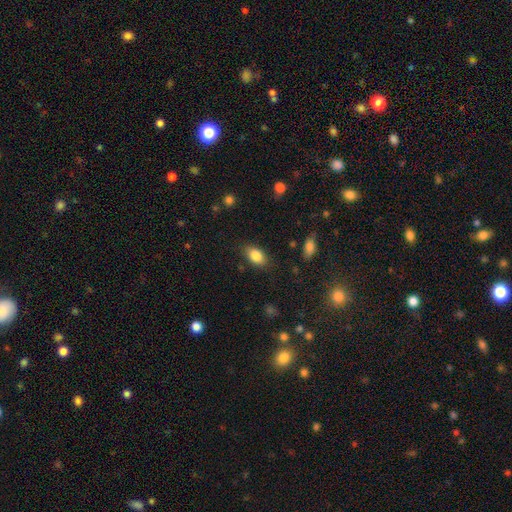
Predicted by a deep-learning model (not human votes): Morphology: type=smooth (85%); roundness=in between (87%); merging=none (82%).